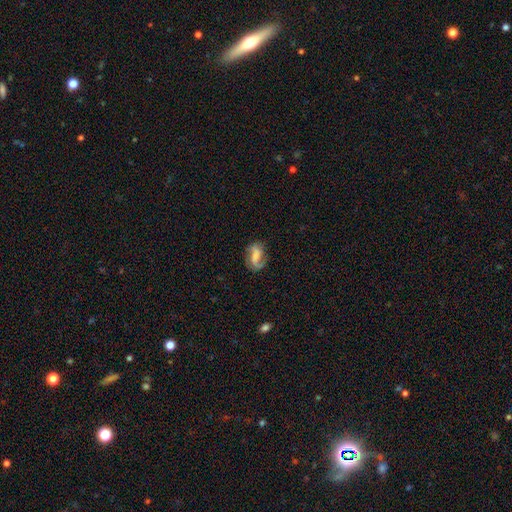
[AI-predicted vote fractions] Smooth or featured?
  - featured or disk: 67% *
  - smooth: 25%
  - star or artifact: 8%
Edge-on disk?
  - no: 97% *
  - yes: 3%
Bar?
  - weak: 41% *
  - strong: 30%
  - no: 30%
Spiral arms?
  - yes: 91% *
  - no: 9%
Spiral winding?
  - loose: 45% *
  - medium: 39%
  - tight: 16%
Spiral arm count?
  - 2: 69% *
  - 1: 22%
  - can't tell: 5%
  - 3: 2%
  - 4: 1%
  - more than 4: 1%
Bulge size?
  - none: 47% *
  - moderate: 18%
  - small: 17%
  - large: 15%
  - dominant: 3%
Merging?
  - none: 63% *
  - minor disturbance: 21%
  - major disturbance: 14%
  - merger: 2%